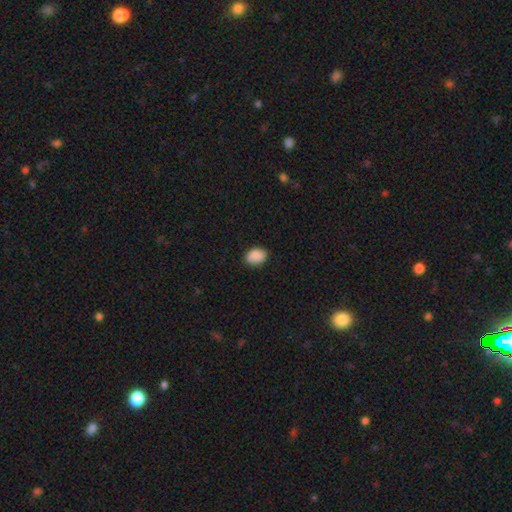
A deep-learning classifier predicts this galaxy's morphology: Q: Smooth or featured?
A: smooth (86%); runner-up: star or artifact (8%)
Q: How rounded?
A: in between (70%); runner-up: round (29%)
Q: Merging?
A: none (84%); runner-up: minor disturbance (13%)